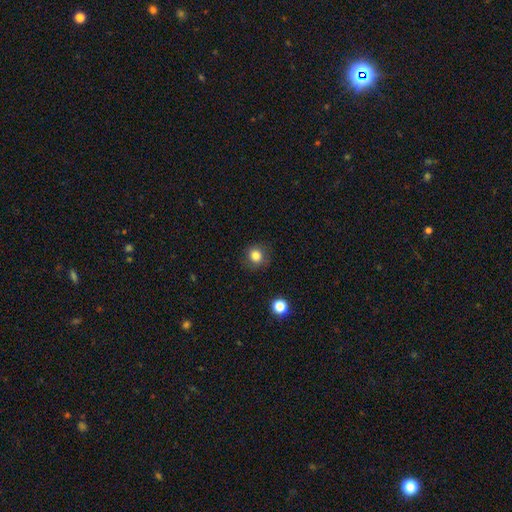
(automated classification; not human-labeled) Smooth or featured?
  - smooth: 83% *
  - star or artifact: 11%
  - featured or disk: 5%
How rounded?
  - round: 86% *
  - in between: 13%
  - cigar-shaped: 1%
Merging?
  - none: 84% *
  - minor disturbance: 11%
  - major disturbance: 3%
  - merger: 1%